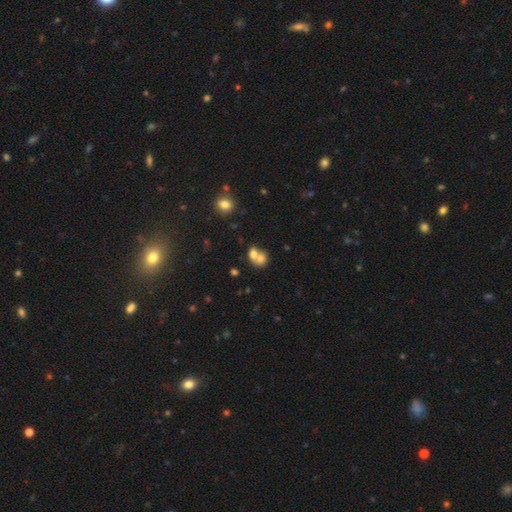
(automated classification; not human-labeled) This appears to be a smooth galaxy with no disk features (69%) that is round (54%). Merging: merger (68%).